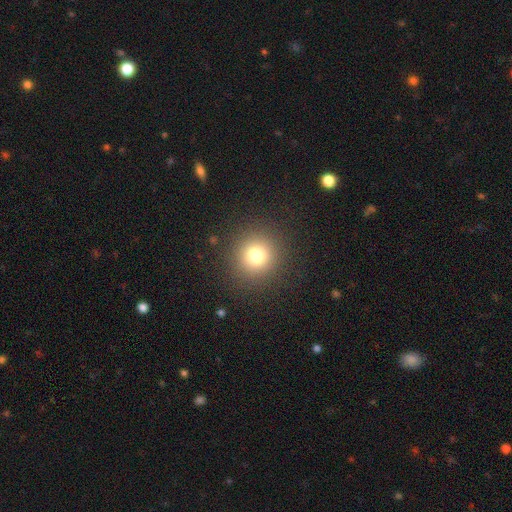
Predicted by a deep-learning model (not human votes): Smooth or featured: smooth — 76% (star or artifact — 16%)
How rounded: round — 93% (in between — 6%)
Merging: none — 90% (minor disturbance — 6%)